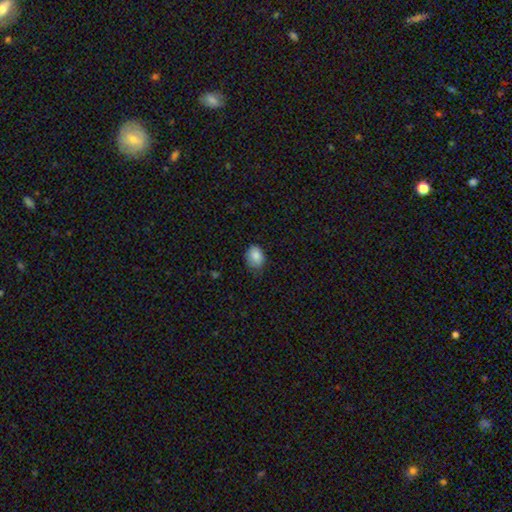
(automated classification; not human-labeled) Smooth or featured? smooth (85%)
How rounded? in between (58%)
Merging? none (68%)